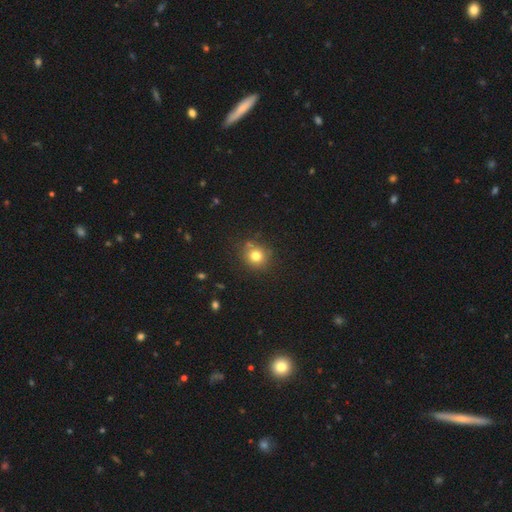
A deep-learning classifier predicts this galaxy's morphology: Overall: smooth (78%). How rounded: round (88%). Merging: none (81%).